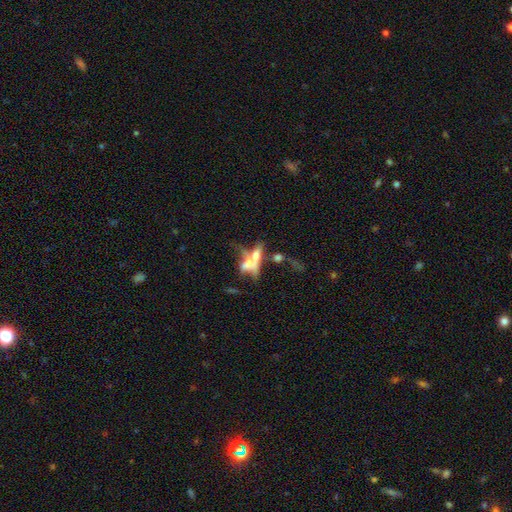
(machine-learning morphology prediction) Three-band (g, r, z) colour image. It shows a featured or disk galaxy (45%). Merging: merger (54%).